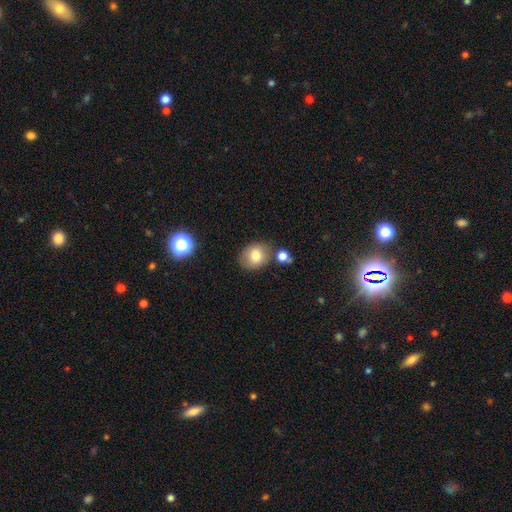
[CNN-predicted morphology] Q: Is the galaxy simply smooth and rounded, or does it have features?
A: smooth — 78%.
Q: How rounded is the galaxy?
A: round — 58%.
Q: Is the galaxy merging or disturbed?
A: none — 72%.